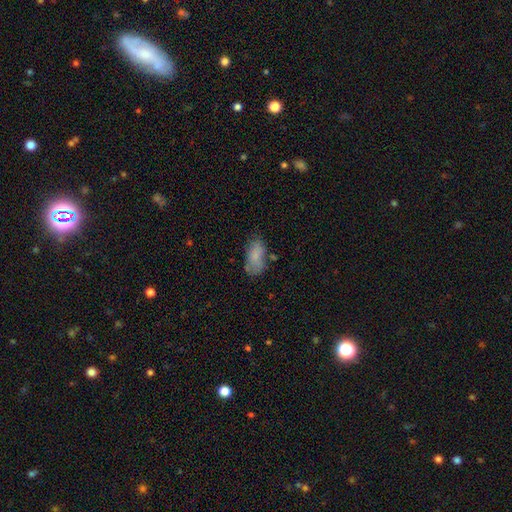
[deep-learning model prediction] smooth 79%, featured or disk 13%, star or artifact 8%. Down the decision tree: how rounded — in between (91%); merging — none (59%).